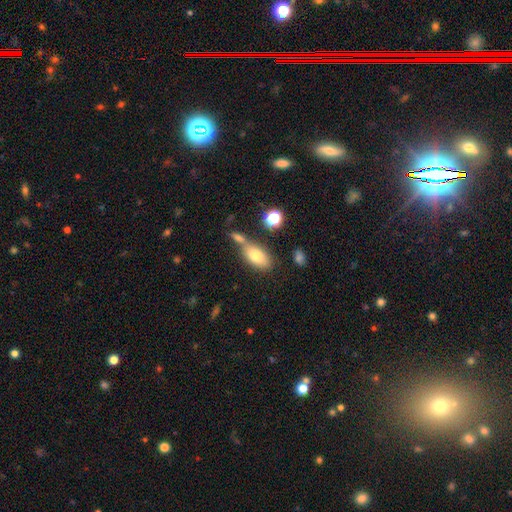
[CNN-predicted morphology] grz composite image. It shows a smooth galaxy with no disk features (76%) that is in between round and cigar-shaped (88%). Merging: none (51%).